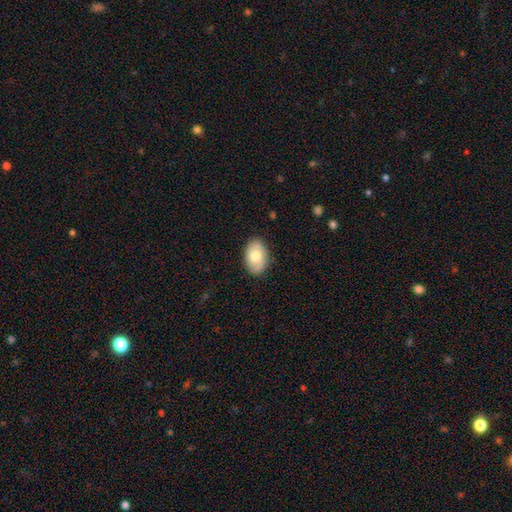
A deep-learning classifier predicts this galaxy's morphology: This is likely a smooth galaxy (66%). How rounded: clearly in between (89%). Merging: clearly none (84%).